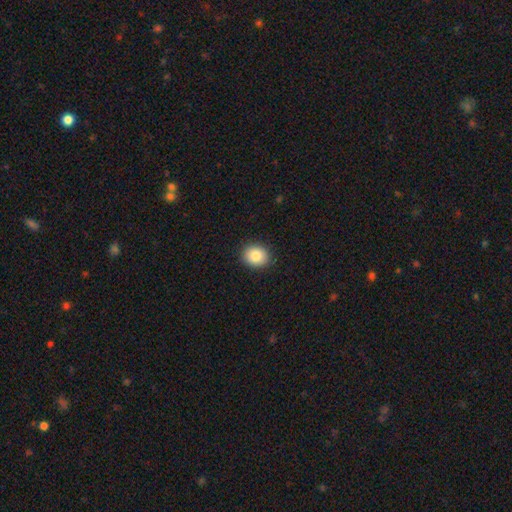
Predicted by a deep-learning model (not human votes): Smooth or featured? smooth (85%)
How rounded? round (60%)
Merging? none (90%)